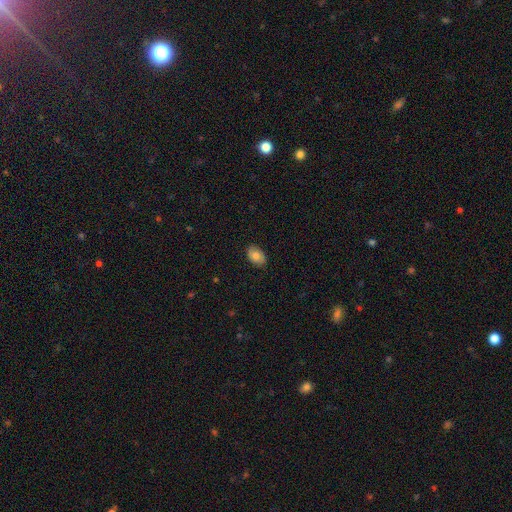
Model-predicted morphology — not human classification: type=smooth (79%); roundness=in between (85%); merging=none (86%).